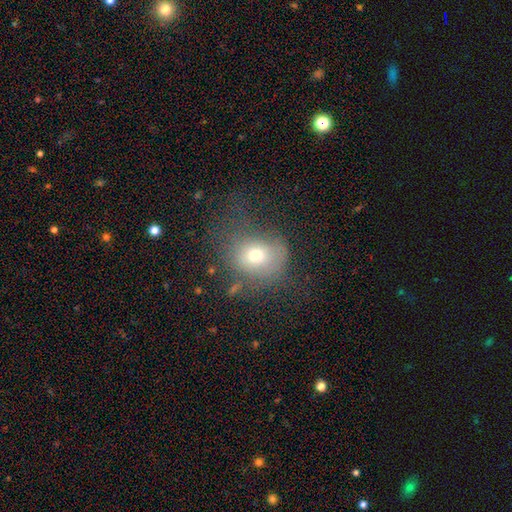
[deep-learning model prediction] smooth_or_featured: smooth (p=0.67) [alt: featured or disk p=0.18]
how_rounded: round (p=0.69) [alt: in between p=0.30]
merging: none (p=0.47) [alt: major disturbance p=0.26]